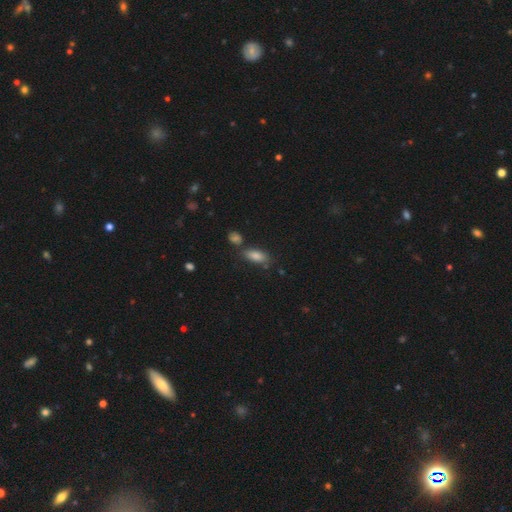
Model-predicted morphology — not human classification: This appears to be a smooth galaxy with no disk features (79%) that is in between round and cigar-shaped (80%). Merging: none (66%).